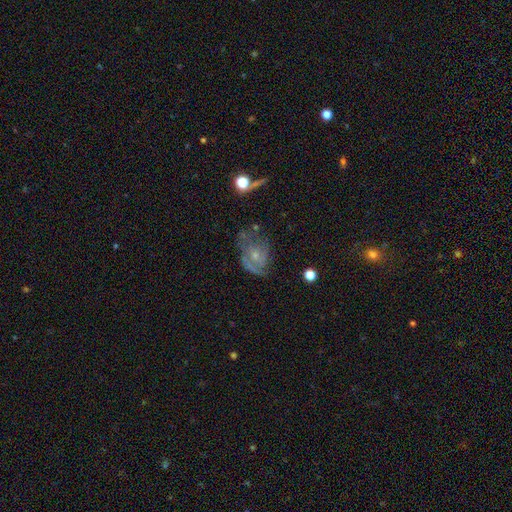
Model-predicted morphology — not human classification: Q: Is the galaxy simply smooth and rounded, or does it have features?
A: featured or disk — 67%.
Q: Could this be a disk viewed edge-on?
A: no — 97%.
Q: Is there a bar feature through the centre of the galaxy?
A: no — 75%.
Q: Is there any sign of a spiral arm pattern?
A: yes — 73%.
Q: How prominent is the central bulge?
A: small — 62%.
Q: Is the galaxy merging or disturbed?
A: none — 41%.